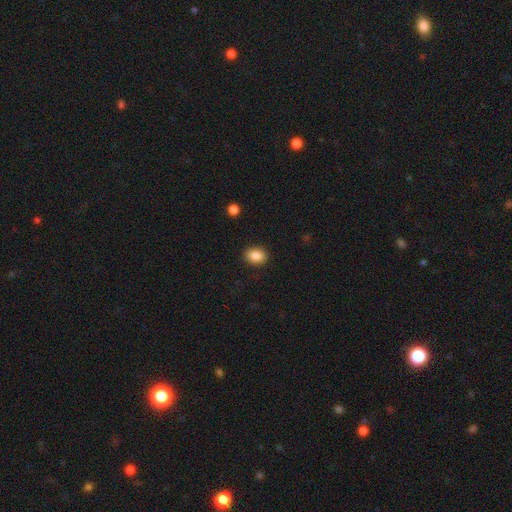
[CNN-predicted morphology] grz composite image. It shows a smooth galaxy with no disk features (87%) that is in between round and cigar-shaped (68%). Merging: none (90%).